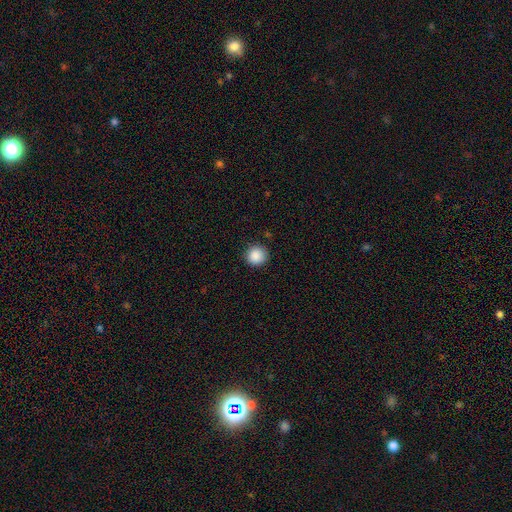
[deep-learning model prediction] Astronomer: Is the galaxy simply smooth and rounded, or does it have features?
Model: smooth — 89%.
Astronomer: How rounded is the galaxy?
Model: round — 93%.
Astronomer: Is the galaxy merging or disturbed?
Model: none — 89%.